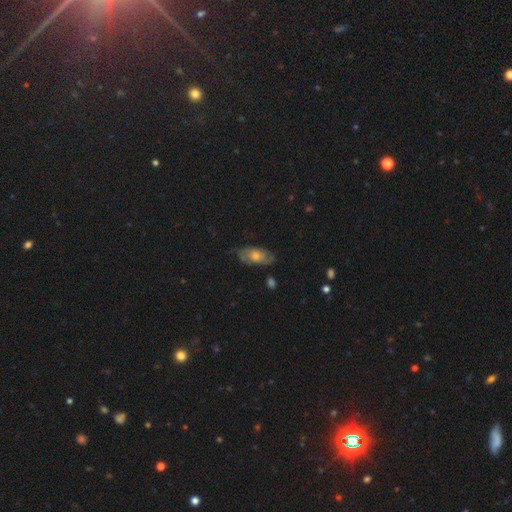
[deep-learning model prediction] This appears to be a featured or disk galaxy (49%). Merging: none (74%).